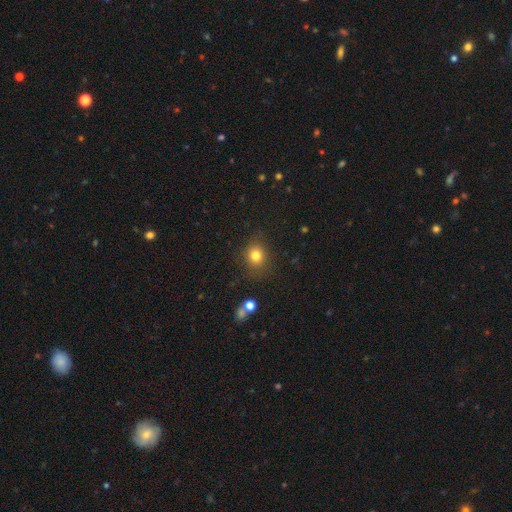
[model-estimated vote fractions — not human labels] smooth_or_featured: smooth (p=0.80) [alt: star or artifact p=0.13]
how_rounded: round (p=0.78) [alt: in between p=0.21]
merging: none (p=0.82) [alt: minor disturbance p=0.12]